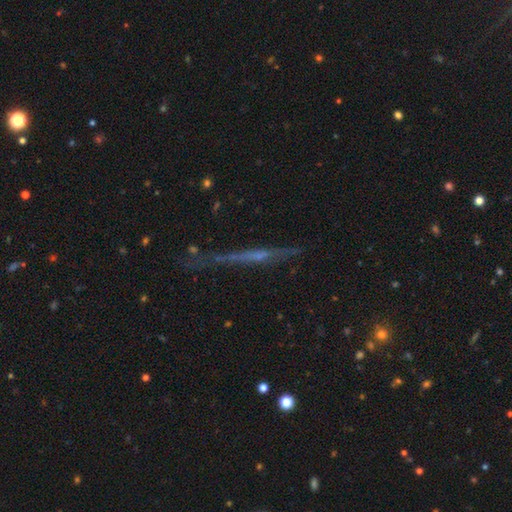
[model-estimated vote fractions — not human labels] This appears to be a featured or disk galaxy (66%) viewed edge-on (94%) with no central bulge (55%). Merging: none (73%).